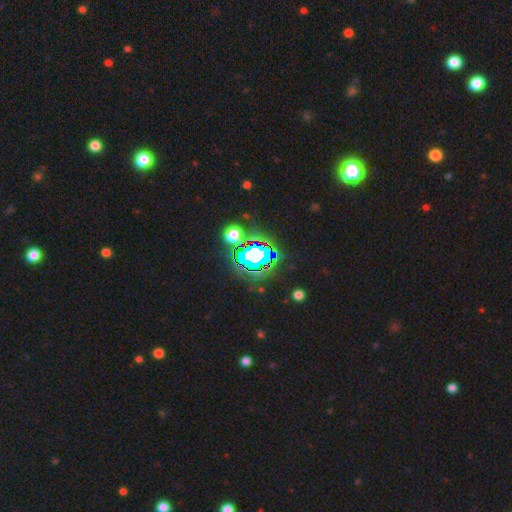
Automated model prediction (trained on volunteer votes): Smooth or featured? Predicted: star or artifact (p=0.70).